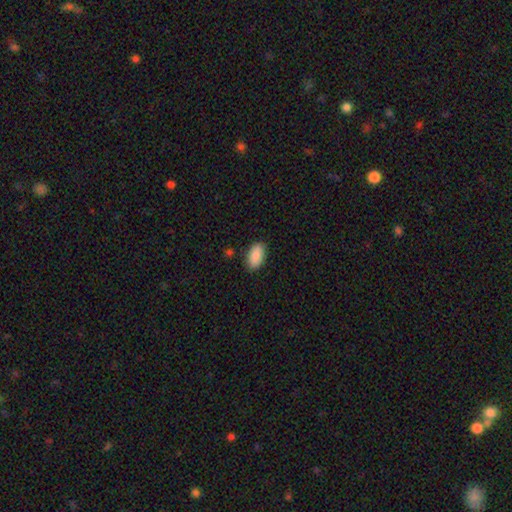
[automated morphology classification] smooth-or-featured: smooth: 88% | star or artifact: 7% | featured or disk: 6%
  how-rounded: in between: 93% | cigar-shaped: 4% | round: 3%
  merging: none: 85% | minor disturbance: 11% | major disturbance: 2% | merger: 2%